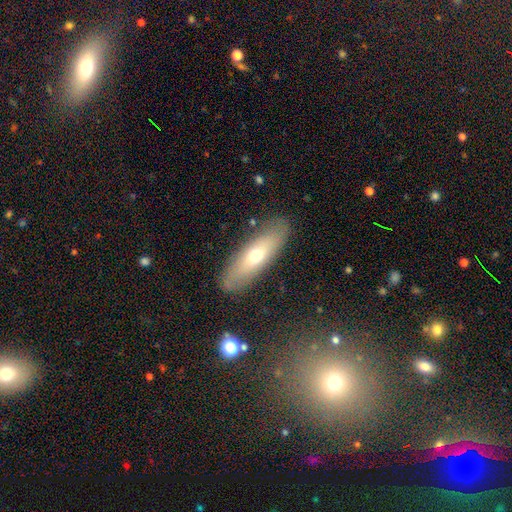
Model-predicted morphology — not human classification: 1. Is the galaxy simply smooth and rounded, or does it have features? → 56% smooth, 37% featured or disk, 7% star or artifact.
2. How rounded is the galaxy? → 52% in between, 46% cigar-shaped, 2% round.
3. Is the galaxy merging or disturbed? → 84% none, 11% minor disturbance, 3% major disturbance, 2% merger.